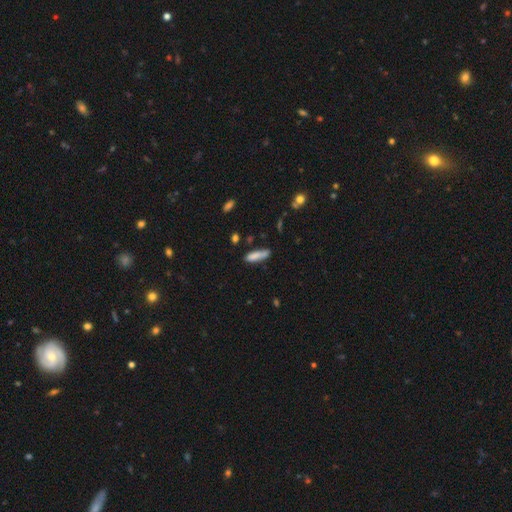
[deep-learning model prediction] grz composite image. It shows a smooth galaxy with no disk features (82%) that is cigar-shaped (69%). Merging: none (68%).